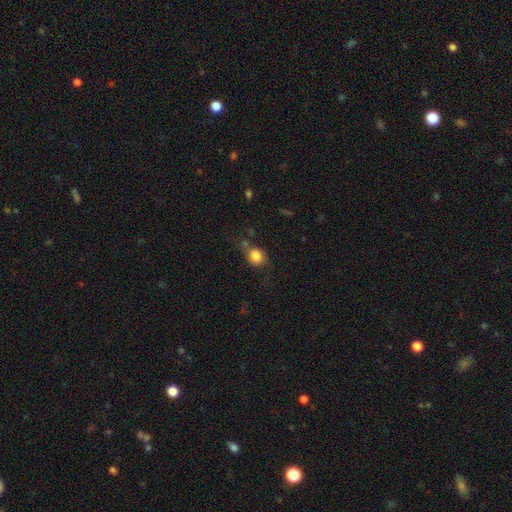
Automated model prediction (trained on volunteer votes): This appears to be a smooth galaxy with no disk features (81%) that is round (71%). Merging: none (55%).